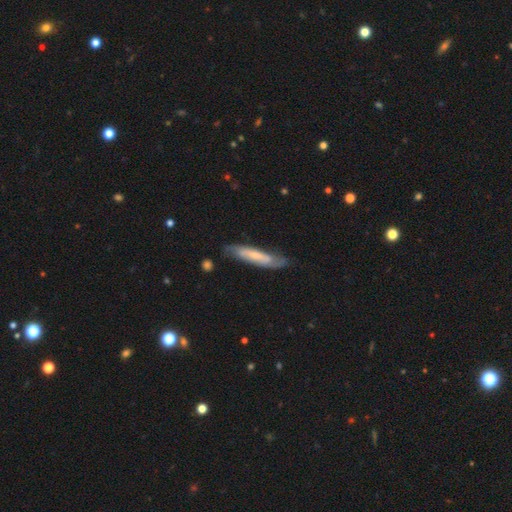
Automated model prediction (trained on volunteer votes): A featured or disk galaxy (52%). Merging: none (72%).